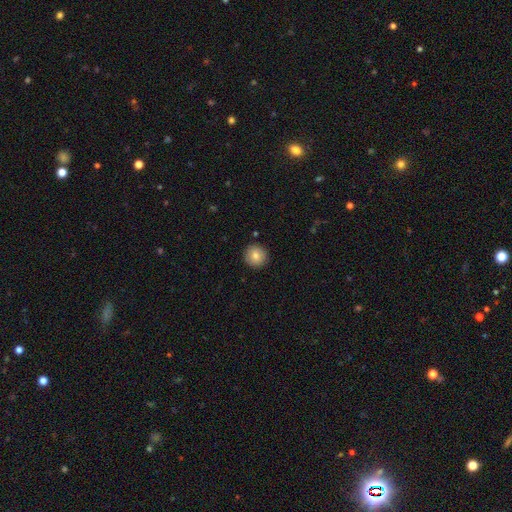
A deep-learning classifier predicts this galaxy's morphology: A smooth galaxy with no disk features (82%) that is round (95%).

Vote fractions:
- Smooth or featured? smooth: 82% / featured or disk: 10% / star or artifact: 9%
- How rounded? round: 95% / in between: 4% / cigar-shaped: 1%
- Merging? none: 92% / minor disturbance: 5% / major disturbance: 2% / merger: 1%